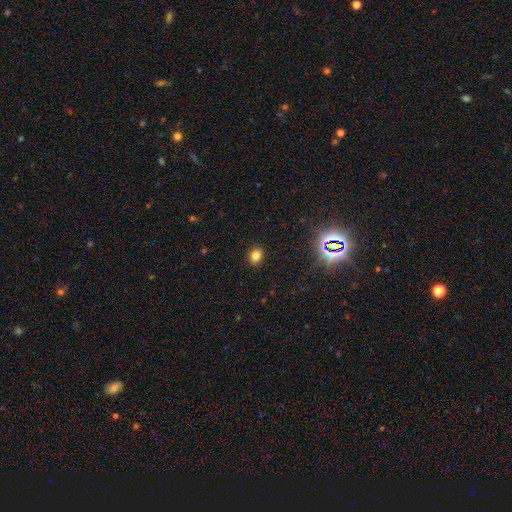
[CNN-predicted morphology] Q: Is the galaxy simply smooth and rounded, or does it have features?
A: smooth — 78%.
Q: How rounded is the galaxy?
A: in between — 54%.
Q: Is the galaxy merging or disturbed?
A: none — 89%.